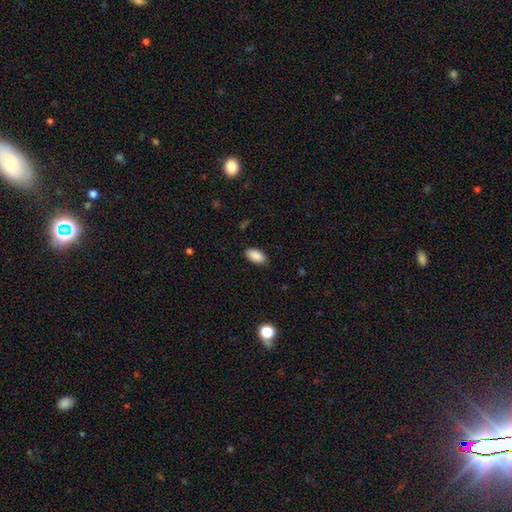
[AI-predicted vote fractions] This is clearly a smooth galaxy (89%). How rounded: clearly in between (94%). Merging: clearly none (85%).